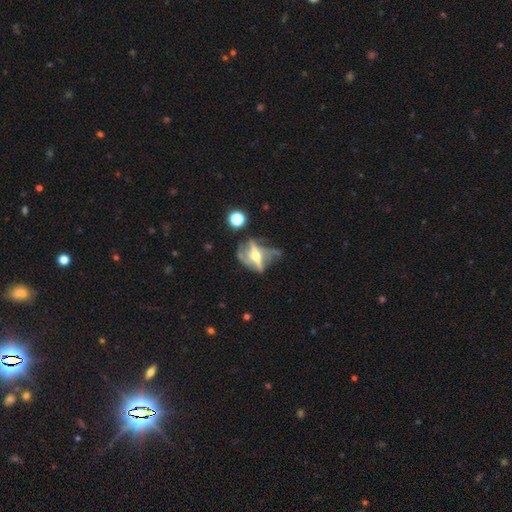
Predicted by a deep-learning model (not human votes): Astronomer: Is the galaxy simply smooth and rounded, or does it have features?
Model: featured or disk — 71%.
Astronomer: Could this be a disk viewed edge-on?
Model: no — 70%.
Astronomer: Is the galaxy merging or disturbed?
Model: none — 38% (runner-up: major disturbance, 33%).